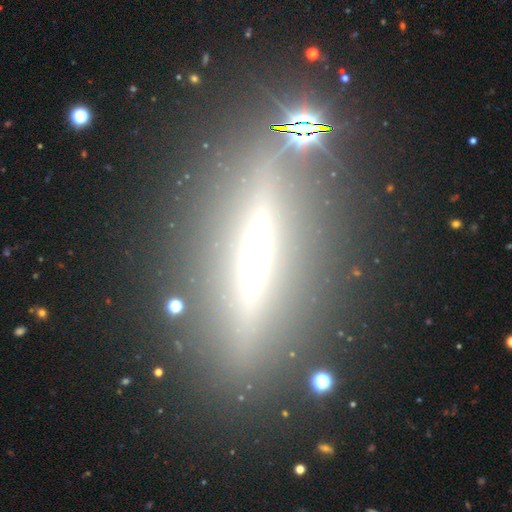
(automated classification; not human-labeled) Smooth or featured: featured or disk — 71% (smooth — 16%)
Edge-on disk: yes — 91% (no — 9%)
Edge-on bulge: rounded — 65% (none — 27%)
Merging: none — 84% (minor disturbance — 9%)